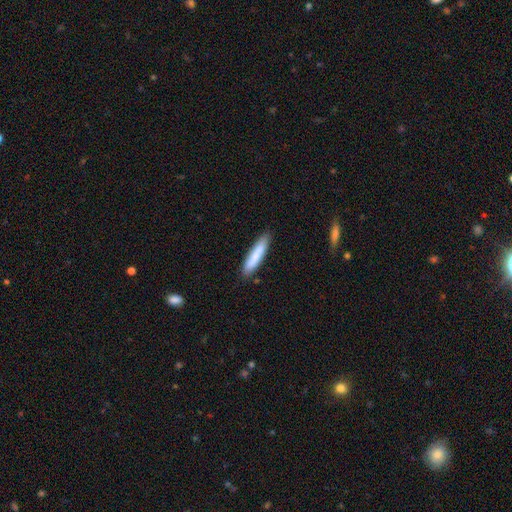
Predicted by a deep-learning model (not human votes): Q: Smooth or featured?
A: smooth (81%); runner-up: featured or disk (13%)
Q: How rounded?
A: cigar-shaped (87%); runner-up: in between (12%)
Q: Merging?
A: none (86%); runner-up: minor disturbance (11%)